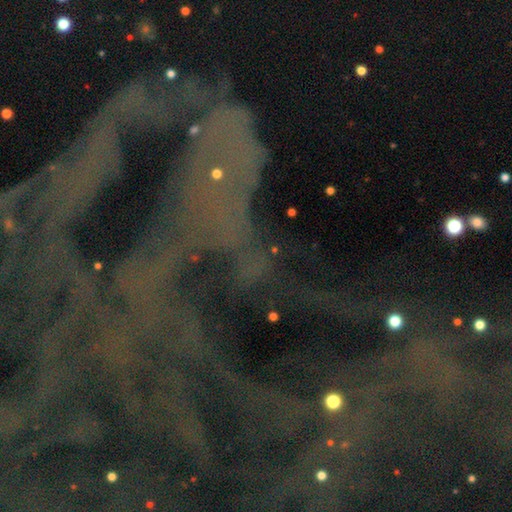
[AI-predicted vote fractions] The model was most divided on "smooth or featured": star or artifact: 80%, featured or disk: 11%, smooth: 9%.